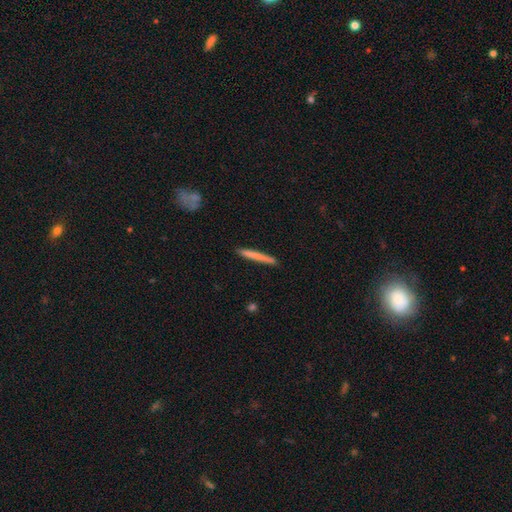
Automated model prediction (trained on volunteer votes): smooth-or-featured: smooth: 71% | featured or disk: 24% | star or artifact: 6%
  how-rounded: cigar-shaped: 97% | in between: 2% | round: 1%
  merging: none: 91% | minor disturbance: 7% | major disturbance: 1% | merger: 1%